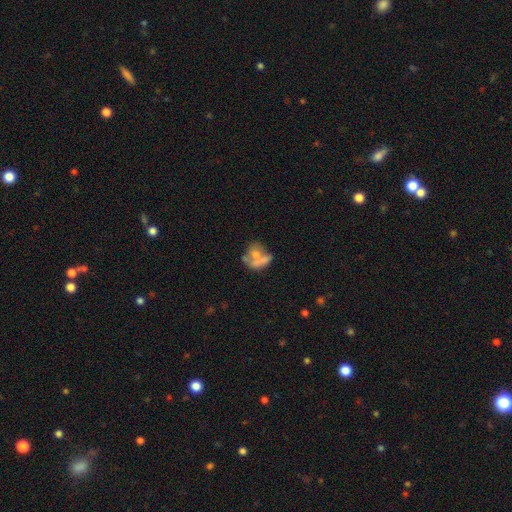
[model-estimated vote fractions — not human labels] smooth 47%, featured or disk 39%, star or artifact 14%. Down the decision tree: merging — merger (36%).